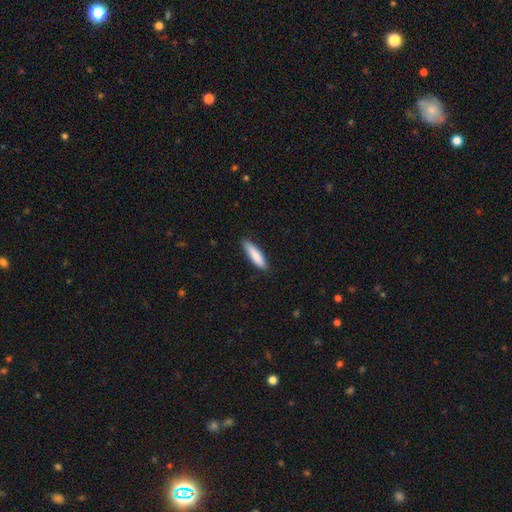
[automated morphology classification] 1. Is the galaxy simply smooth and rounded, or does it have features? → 85% smooth, 10% featured or disk, 5% star or artifact.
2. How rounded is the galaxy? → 71% cigar-shaped, 27% in between, 1% round.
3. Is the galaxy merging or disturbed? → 85% none, 12% minor disturbance, 2% major disturbance, 1% merger.